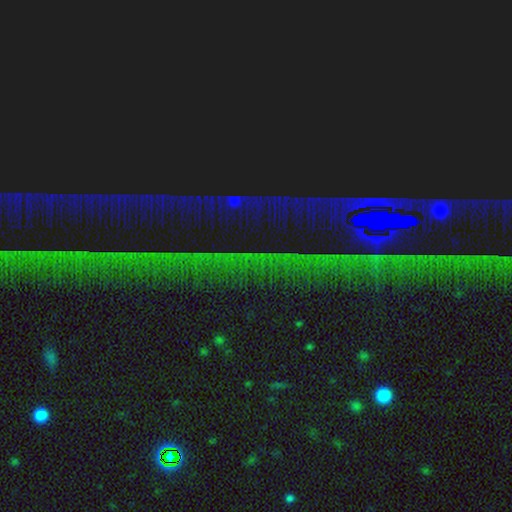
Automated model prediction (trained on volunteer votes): This is clearly a star or artifact rather than a galaxy (84%).